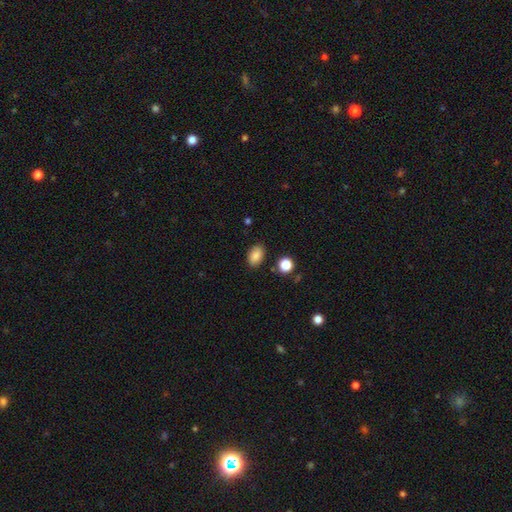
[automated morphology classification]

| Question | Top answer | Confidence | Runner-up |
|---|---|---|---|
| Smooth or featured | smooth | 85% | star or artifact (9%) |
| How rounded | in between | 87% | round (12%) |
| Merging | none | 85% | minor disturbance (10%) |